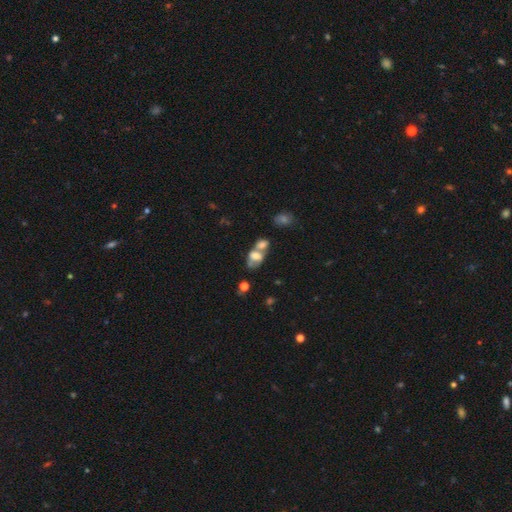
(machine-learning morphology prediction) Smooth or featured? smooth (57%)
How rounded? in between (81%)
Merging? merger (62%)